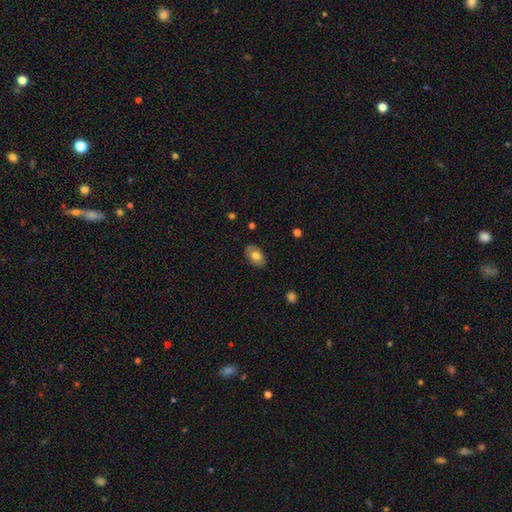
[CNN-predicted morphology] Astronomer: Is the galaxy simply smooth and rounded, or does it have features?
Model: smooth — 77%.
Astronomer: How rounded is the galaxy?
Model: in between — 88%.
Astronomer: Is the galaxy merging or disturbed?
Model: none — 86%.